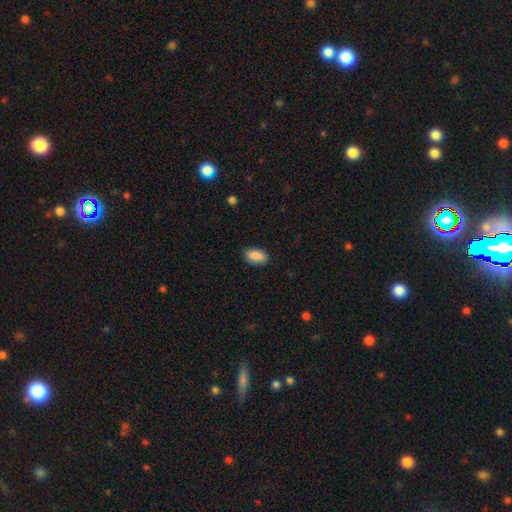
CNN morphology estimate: This is clearly a smooth galaxy (89%). How rounded: clearly in between (93%). Merging: clearly none (88%).